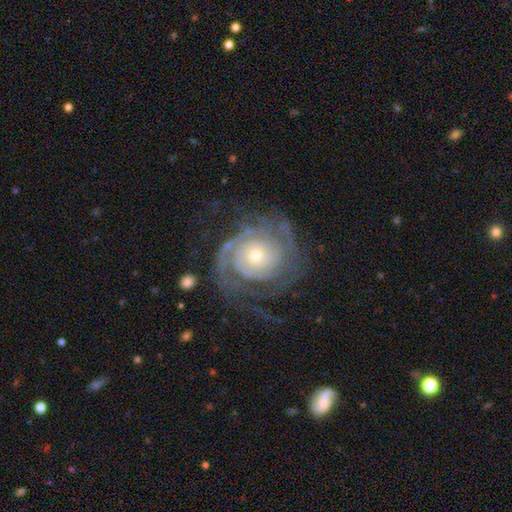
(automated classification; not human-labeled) A featured or disk galaxy (89%) with no bar (79%), 2 (29%) tight (74%) spiral arms (97%) and a small central bulge (59%).

Vote fractions:
- Smooth or featured? featured or disk: 89% / smooth: 6% / star or artifact: 5%
- Edge-on disk? no: 97% / yes: 3%
- Bar? no: 79% / weak: 16% / strong: 5%
- Spiral arms? yes: 97% / no: 3%
- Spiral winding? tight: 74% / medium: 20% / loose: 6%
- Spiral arm count? 2: 29% / can't tell: 26% / 3: 20% / 4: 11% / more than 4: 7% / 1: 7%
- Bulge size? small: 59% / moderate: 35% / large: 3% / none: 1% / dominant: 1%
- Merging? none: 68% / minor disturbance: 16% / major disturbance: 15% / merger: 2%